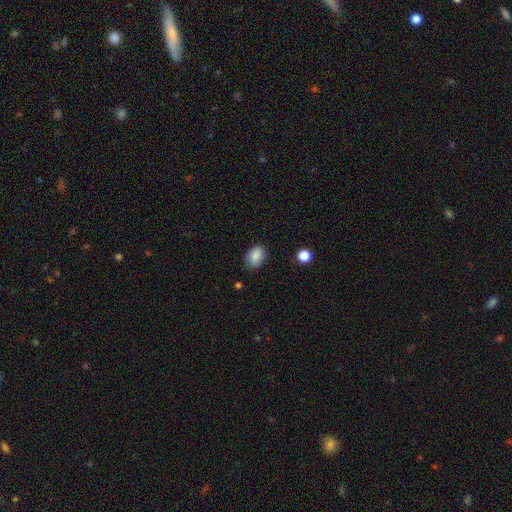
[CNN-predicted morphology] smooth-or-featured: smooth: 88% | star or artifact: 8% | featured or disk: 4%
  how-rounded: in between: 80% | round: 19% | cigar-shaped: 1%
  merging: none: 82% | minor disturbance: 13% | major disturbance: 3% | merger: 1%